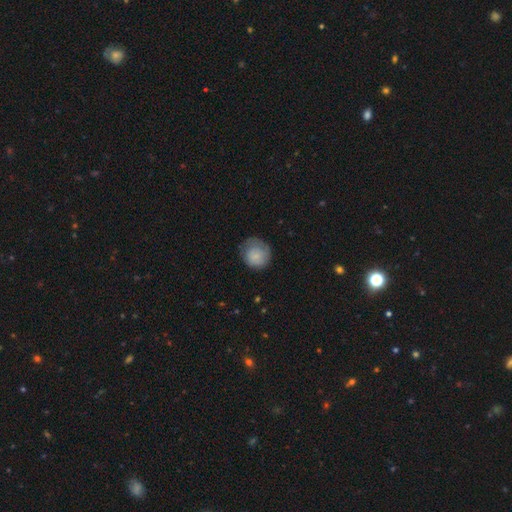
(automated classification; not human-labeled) smooth-or-featured: smooth: 80% | featured or disk: 13% | star or artifact: 7%
  how-rounded: round: 85% | in between: 14% | cigar-shaped: 1%
  merging: none: 61% | minor disturbance: 27% | major disturbance: 11% | merger: 1%